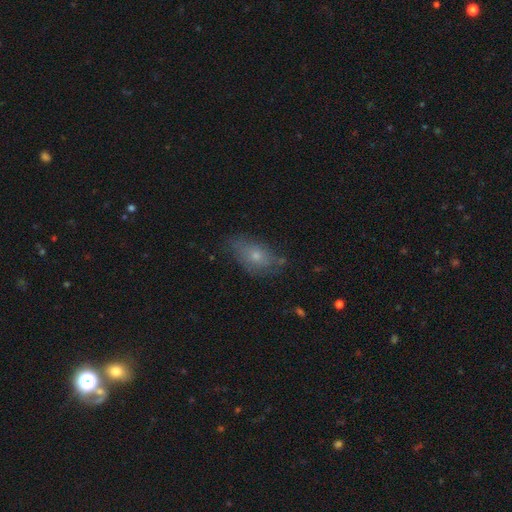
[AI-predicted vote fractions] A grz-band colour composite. It shows a smooth galaxy with no disk features (60%) that is in between round and cigar-shaped (86%). Merging: none (58%).